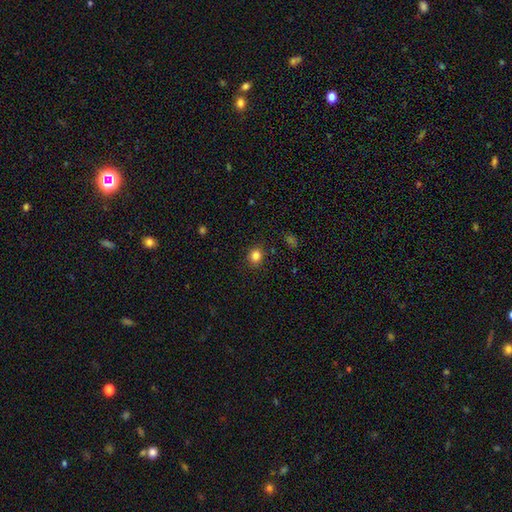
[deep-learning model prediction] Q: Smooth or featured?
A: smooth (83%); runner-up: star or artifact (12%)
Q: How rounded?
A: round (76%); runner-up: in between (23%)
Q: Merging?
A: none (88%); runner-up: minor disturbance (8%)